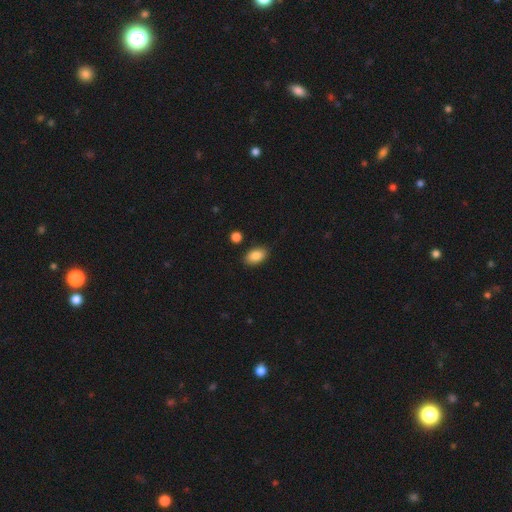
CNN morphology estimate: Smooth or featured?
  - smooth: 87% *
  - star or artifact: 8%
  - featured or disk: 5%
How rounded?
  - in between: 91% *
  - round: 7%
  - cigar-shaped: 2%
Merging?
  - none: 85% *
  - minor disturbance: 10%
  - merger: 3%
  - major disturbance: 2%